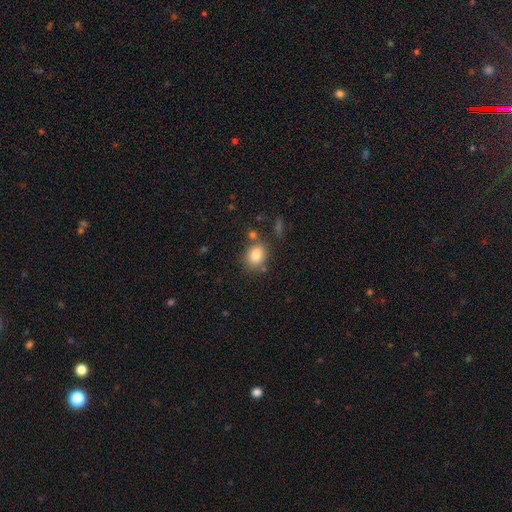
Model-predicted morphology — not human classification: A smooth galaxy with no disk features (81%) that is round (57%).

Vote fractions:
- Smooth or featured? smooth: 81% / star or artifact: 10% / featured or disk: 9%
- How rounded? round: 57% / in between: 42% / cigar-shaped: 1%
- Merging? none: 70% / minor disturbance: 14% / merger: 12% / major disturbance: 4%